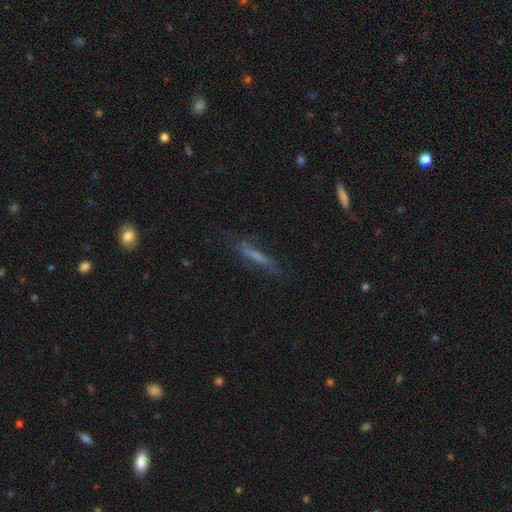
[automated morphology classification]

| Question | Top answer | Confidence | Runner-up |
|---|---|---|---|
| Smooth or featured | smooth | 44% | featured or disk (42%) |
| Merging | none | 67% | minor disturbance (21%) |